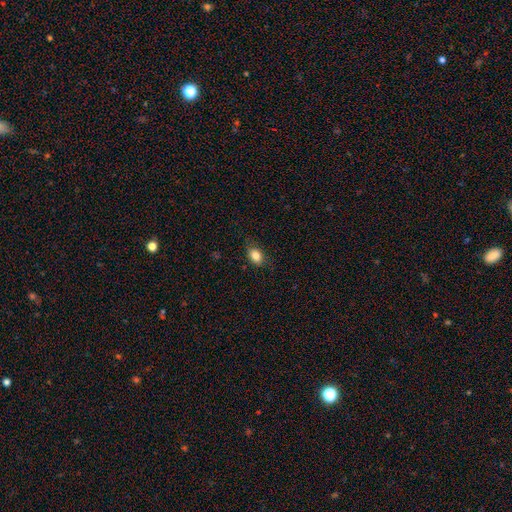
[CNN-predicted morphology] Smooth or featured?
  - smooth: 83% *
  - star or artifact: 9%
  - featured or disk: 8%
How rounded?
  - in between: 79% *
  - round: 19%
  - cigar-shaped: 2%
Merging?
  - none: 76% *
  - minor disturbance: 19%
  - major disturbance: 5%
  - merger: 1%